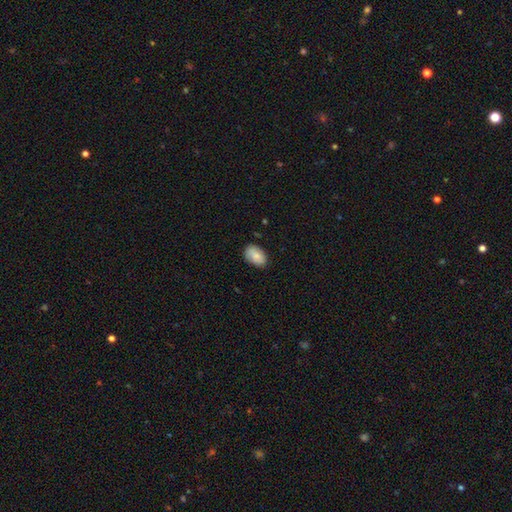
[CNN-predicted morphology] type=smooth (82%); roundness=in between (90%); merging=none (80%).